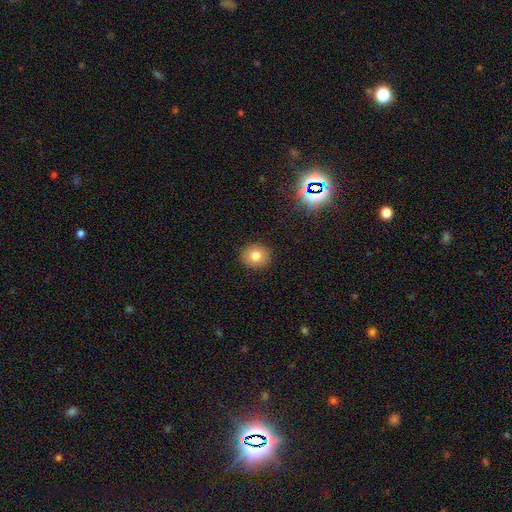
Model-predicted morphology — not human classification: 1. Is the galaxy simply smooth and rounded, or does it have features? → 78% smooth, 12% star or artifact, 10% featured or disk.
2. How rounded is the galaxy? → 81% round, 18% in between, 1% cigar-shaped.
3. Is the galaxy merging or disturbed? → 91% none, 6% minor disturbance, 2% major disturbance, 1% merger.